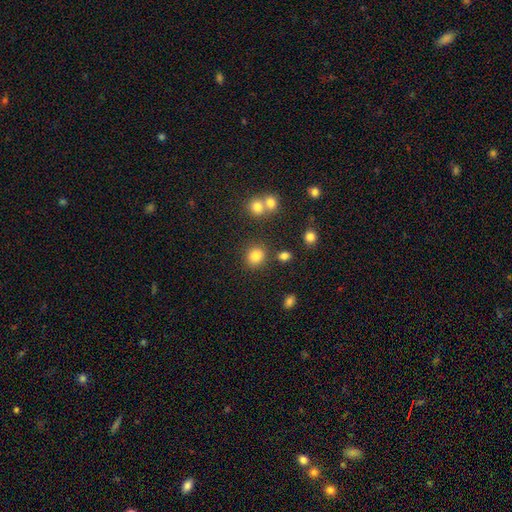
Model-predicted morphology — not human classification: This appears to be a smooth galaxy with no disk features (83%) that is round (79%). Merging: none (82%).